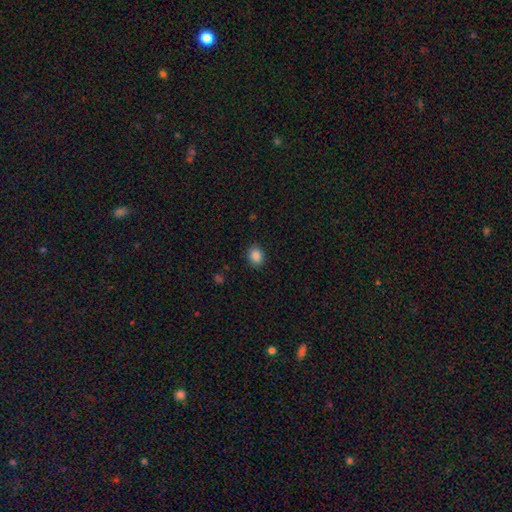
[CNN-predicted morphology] Smooth or featured? Predicted: smooth (p=0.86). How rounded? Predicted: round (p=0.51). Merging? Predicted: none (p=0.88).